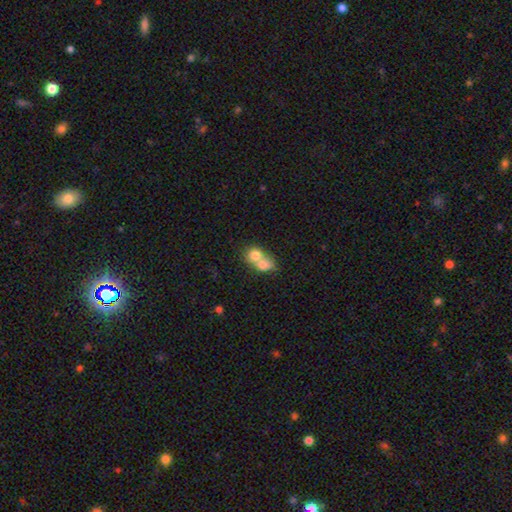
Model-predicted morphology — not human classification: Smooth or featured? smooth (75%)
How rounded? round (64%)
Merging? merger (74%)